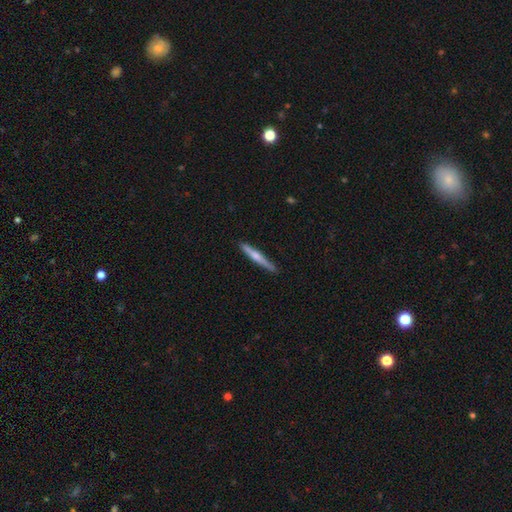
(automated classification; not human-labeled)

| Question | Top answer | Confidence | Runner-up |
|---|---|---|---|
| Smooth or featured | featured or disk | 50% | smooth (45%) |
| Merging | none | 88% | minor disturbance (9%) |